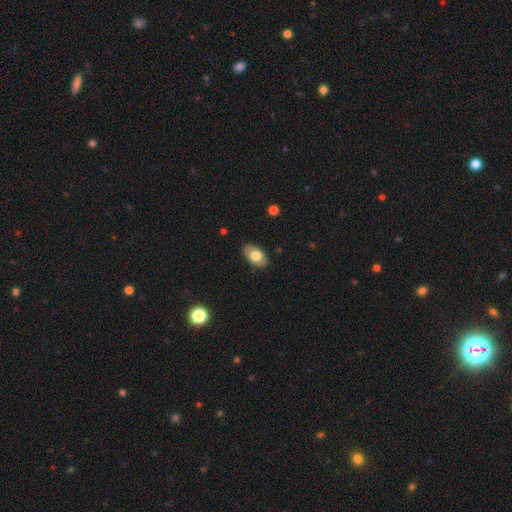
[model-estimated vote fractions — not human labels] Morphology: type=smooth (77%); roundness=in between (91%); merging=none (86%).